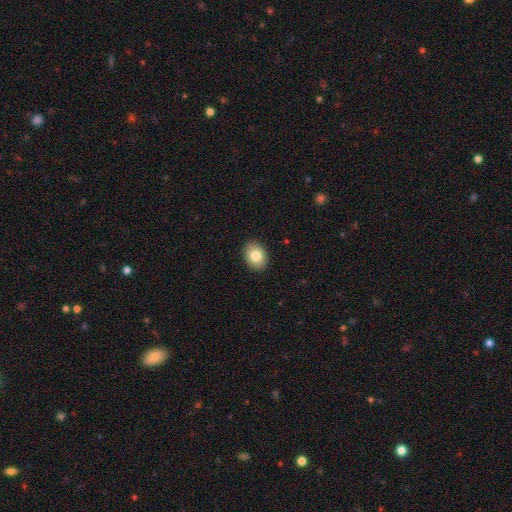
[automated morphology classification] A smooth galaxy with no disk features (81%) that is in between round and cigar-shaped (70%). Merging: none (90%).